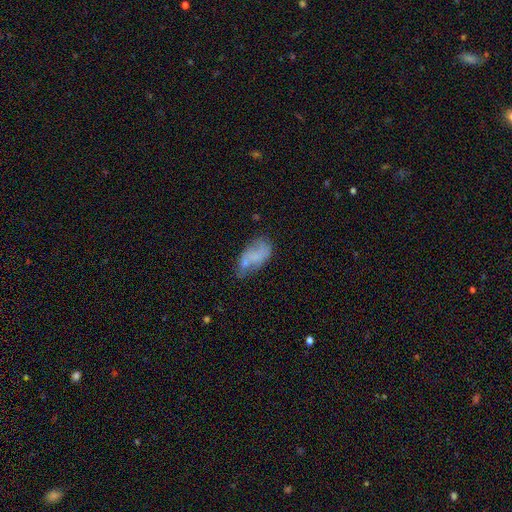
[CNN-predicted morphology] The model was most divided on "merging": none: 39%, minor disturbance: 29%, major disturbance: 17%, merger: 16%. More confident: how rounded — in between (91%); smooth or featured — smooth (55%).